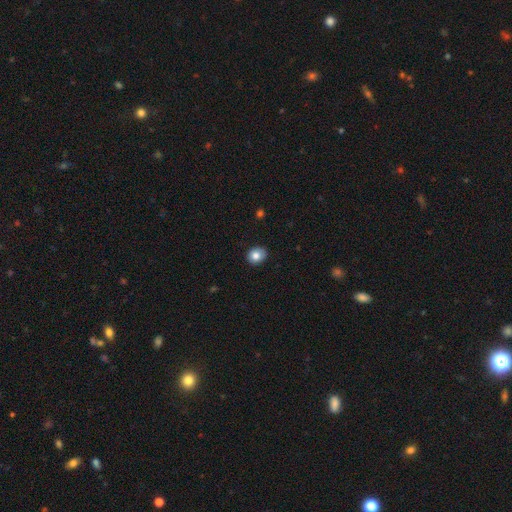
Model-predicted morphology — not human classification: This appears to be a smooth galaxy with no disk features (82%) that is round (60%). Merging: none (88%).